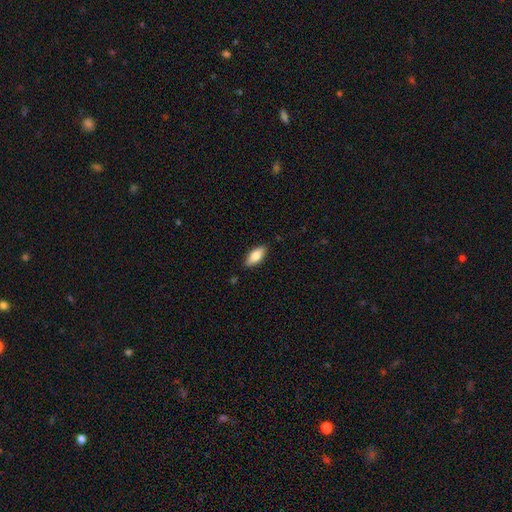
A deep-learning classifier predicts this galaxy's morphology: Q: Smooth or featured?
A: smooth (81%); runner-up: featured or disk (12%)
Q: How rounded?
A: in between (83%); runner-up: cigar-shaped (15%)
Q: Merging?
A: none (85%); runner-up: minor disturbance (11%)